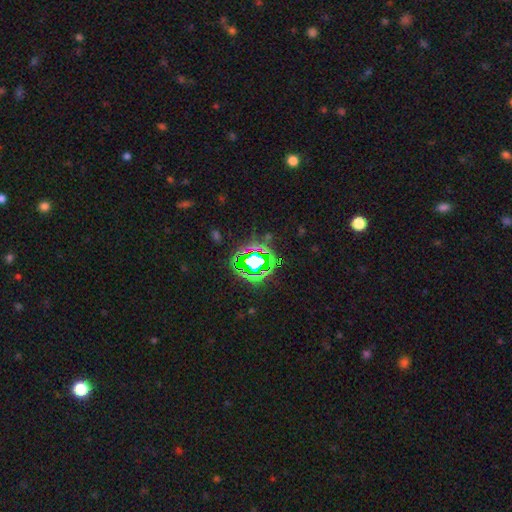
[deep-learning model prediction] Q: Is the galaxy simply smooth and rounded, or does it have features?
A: star or artifact — 73%.